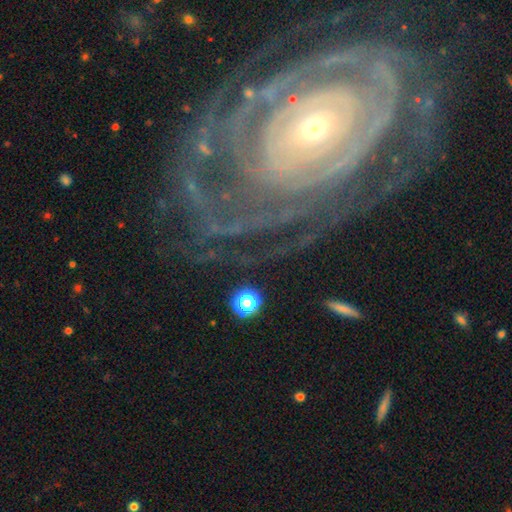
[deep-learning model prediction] A featured or disk galaxy (87%) with no bar (58%), tight (81%) spiral arms (94%) and a small central bulge (67%). Merging: none (70%).